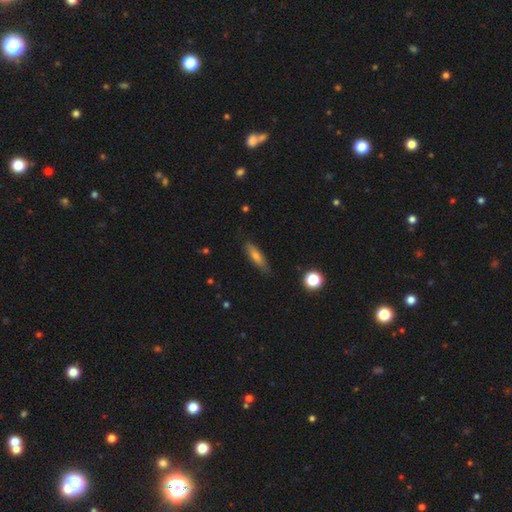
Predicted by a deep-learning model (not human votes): Overall: smooth (64%; featured or disk 28%). How rounded: cigar-shaped (67%; in between 31%). Merging: none (81%).